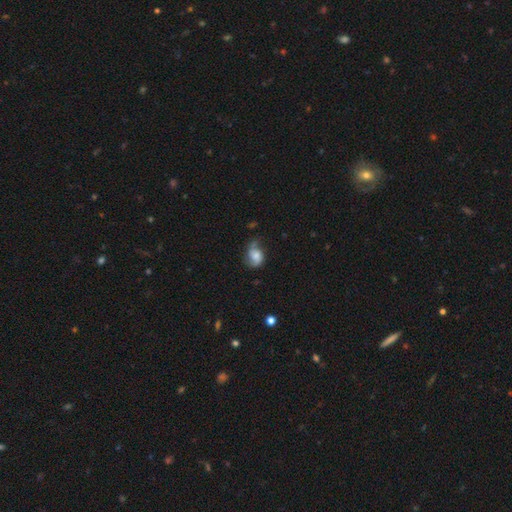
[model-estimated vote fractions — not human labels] The model was most divided on "smooth or featured": smooth: 47%, featured or disk: 44%, star or artifact: 9%. Remaining: merging — none (42%).